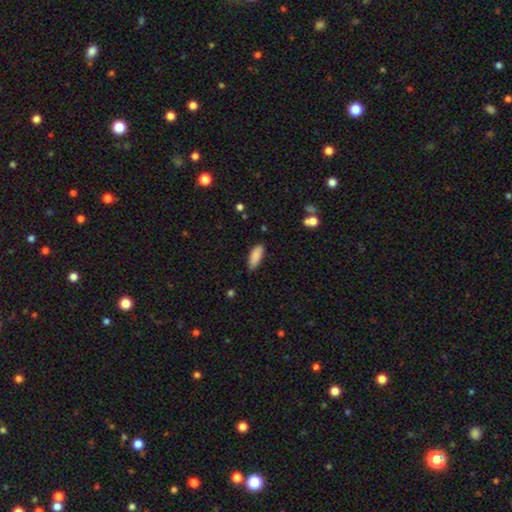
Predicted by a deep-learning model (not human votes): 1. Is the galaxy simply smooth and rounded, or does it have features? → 88% smooth, 7% star or artifact, 5% featured or disk.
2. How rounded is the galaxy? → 75% in between, 24% cigar-shaped, 2% round.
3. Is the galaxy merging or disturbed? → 76% none, 19% minor disturbance, 3% major disturbance, 2% merger.